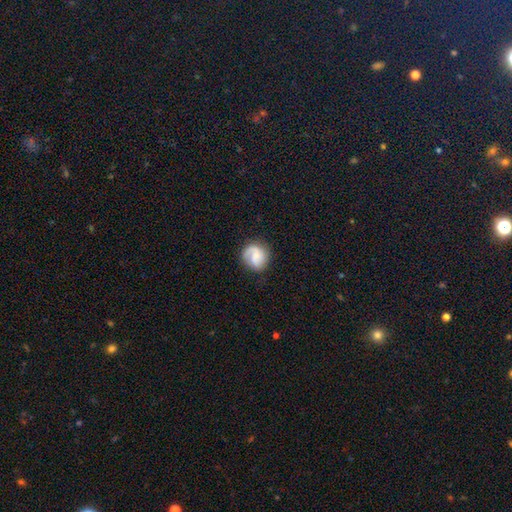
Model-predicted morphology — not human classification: Q: Smooth or featured?
A: featured or disk (50%); runner-up: smooth (42%)
Q: Edge-on disk?
A: no (98%); runner-up: yes (2%)
Q: Merging?
A: none (72%); runner-up: minor disturbance (18%)